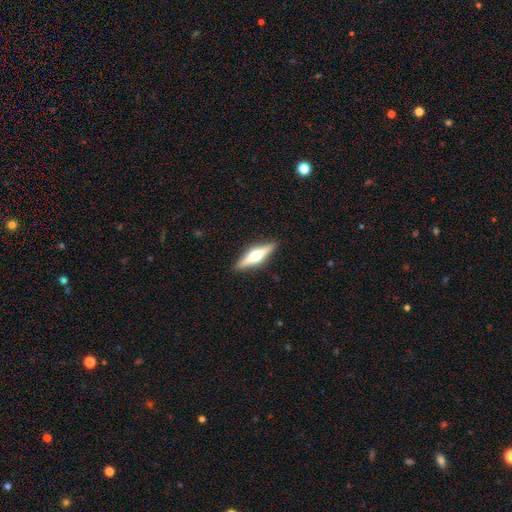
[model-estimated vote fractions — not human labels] featured or disk 67%, smooth 27%, star or artifact 6%. Down the decision tree: edge-on disk — yes (97%); edge-on bulge — rounded (95%); merging — none (90%).